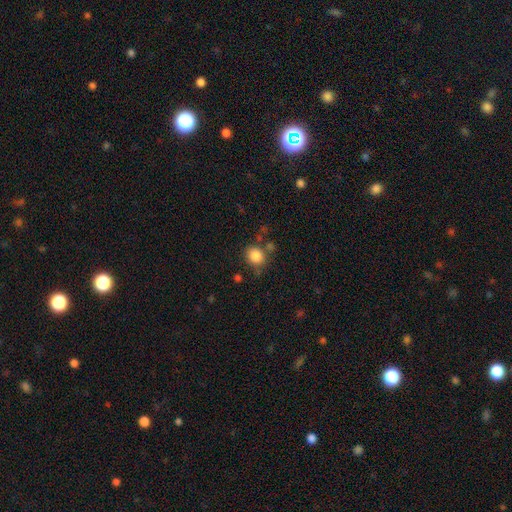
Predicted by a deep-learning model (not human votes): The model was most divided on "how rounded": round: 73%, in between: 26%, cigar-shaped: 1%. More confident: smooth or featured — smooth (85%); merging — none (73%).